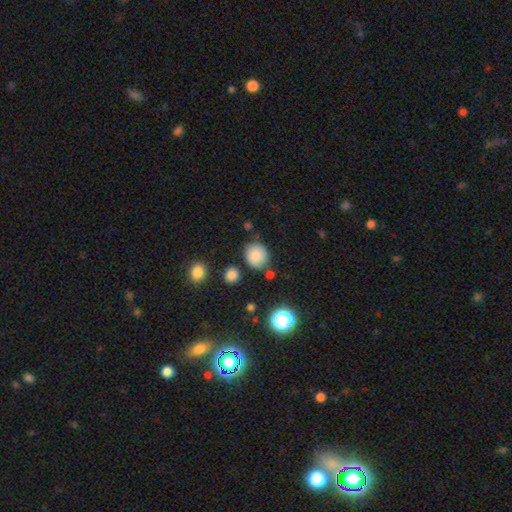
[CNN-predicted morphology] smooth-or-featured: smooth: 84% | star or artifact: 10% | featured or disk: 6%
  how-rounded: round: 76% | in between: 23% | cigar-shaped: 1%
  merging: none: 76% | minor disturbance: 15% | merger: 6% | major disturbance: 4%